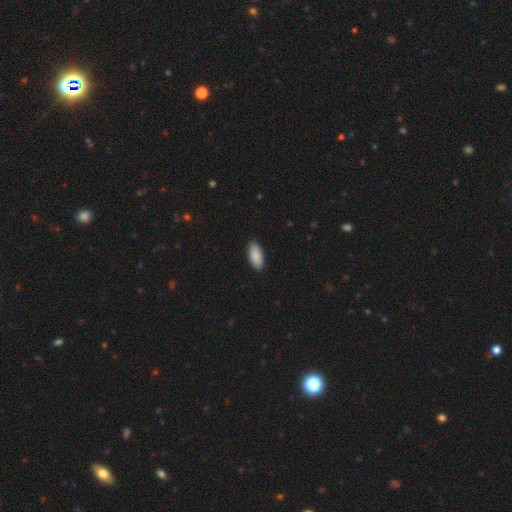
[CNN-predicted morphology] The model was most divided on "how rounded": in between: 90%, cigar-shaped: 9%, round: 2%. More confident: smooth or featured — smooth (90%); merging — none (90%).